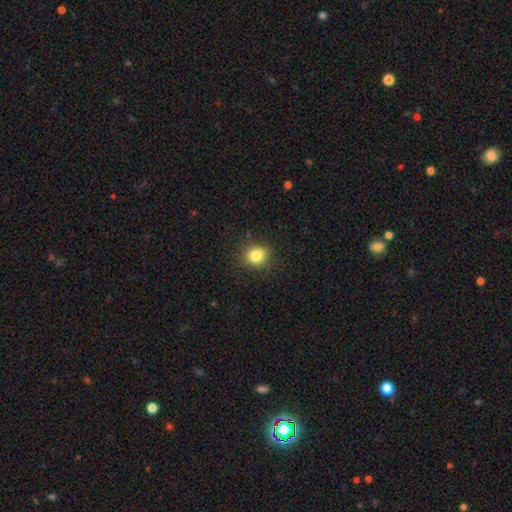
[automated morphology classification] type=smooth (80%); roundness=round (81%); merging=none (79%).